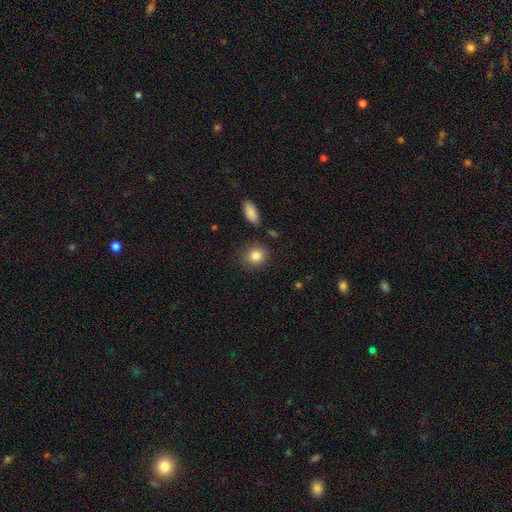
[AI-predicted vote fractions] smooth_or_featured: smooth (p=0.85) [alt: star or artifact p=0.09]
how_rounded: round (p=0.75) [alt: in between p=0.24]
merging: none (p=0.80) [alt: minor disturbance p=0.12]